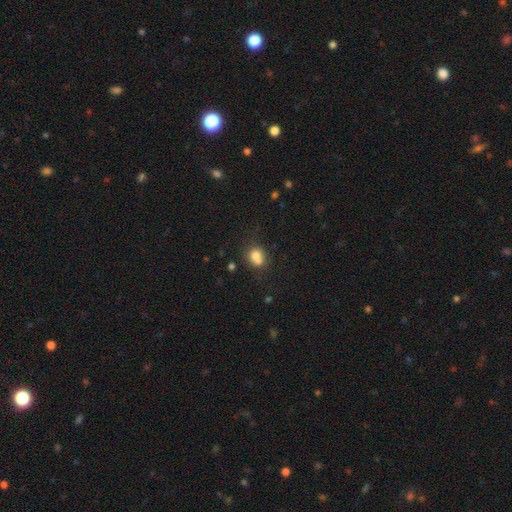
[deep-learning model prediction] smooth 73%, featured or disk 15%, star or artifact 12%. Down the decision tree: how rounded — round (66%); merging — merger (42%).